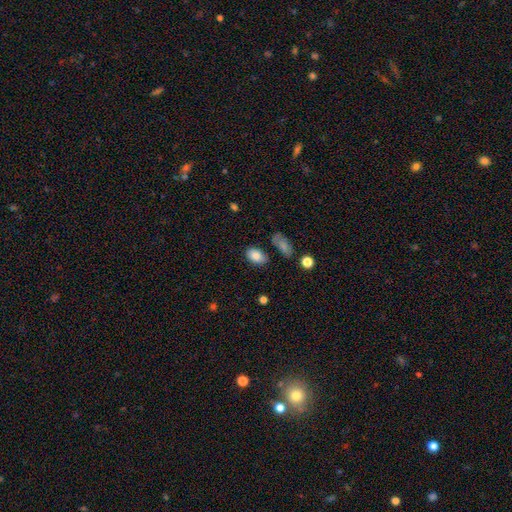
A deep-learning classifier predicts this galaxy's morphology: A smooth galaxy with no disk features (85%) that is in between round and cigar-shaped (87%).

Vote fractions:
- Smooth or featured? smooth: 85% / star or artifact: 8% / featured or disk: 7%
- How rounded? in between: 87% / round: 11% / cigar-shaped: 1%
- Merging? none: 76% / minor disturbance: 15% / merger: 5% / major disturbance: 4%